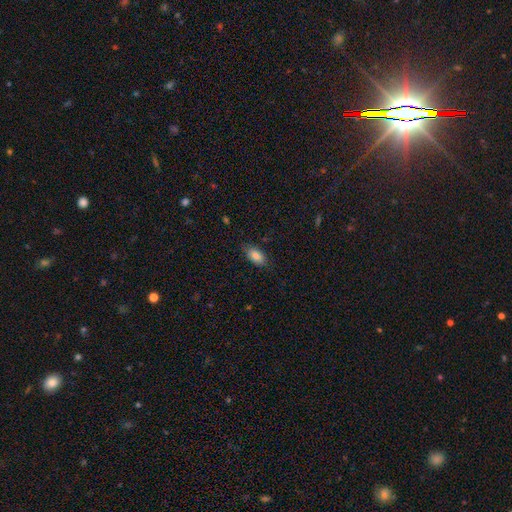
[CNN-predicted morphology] Smooth or featured?
  - smooth: 84% *
  - featured or disk: 9%
  - star or artifact: 7%
How rounded?
  - in between: 92% *
  - cigar-shaped: 5%
  - round: 4%
Merging?
  - none: 80% *
  - minor disturbance: 15%
  - major disturbance: 3%
  - merger: 1%